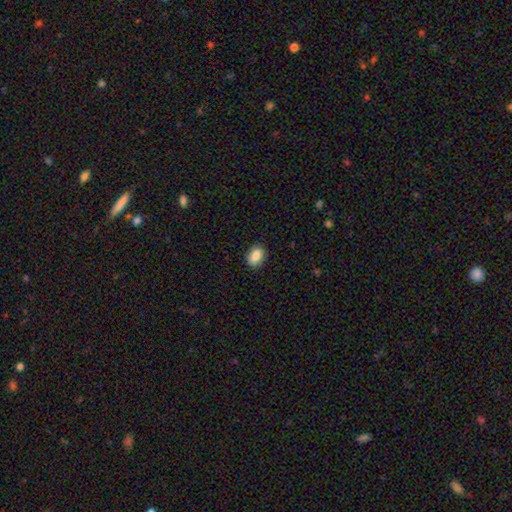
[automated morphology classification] type=smooth (88%); roundness=in between (82%); merging=none (87%).